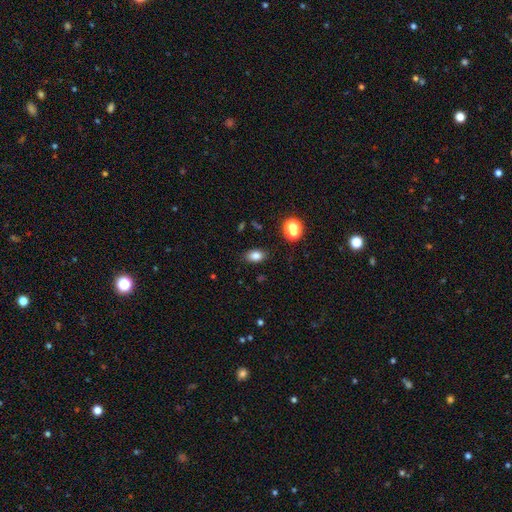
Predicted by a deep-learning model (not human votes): The model was most divided on "how rounded": in between: 82%, round: 16%, cigar-shaped: 2%. More confident: merging — none (85%); smooth or featured — smooth (81%).